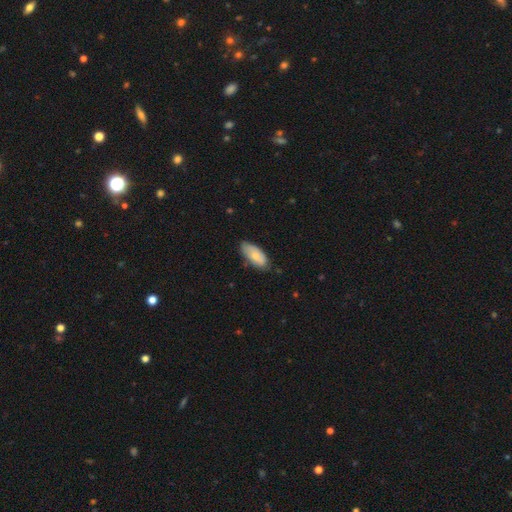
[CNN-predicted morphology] A smooth galaxy with no disk features (71%) that is in between round and cigar-shaped (89%).

Vote fractions:
- Smooth or featured? smooth: 71% / featured or disk: 23% / star or artifact: 6%
- How rounded? in between: 89% / cigar-shaped: 9% / round: 2%
- Merging? none: 68% / minor disturbance: 26% / major disturbance: 4% / merger: 2%